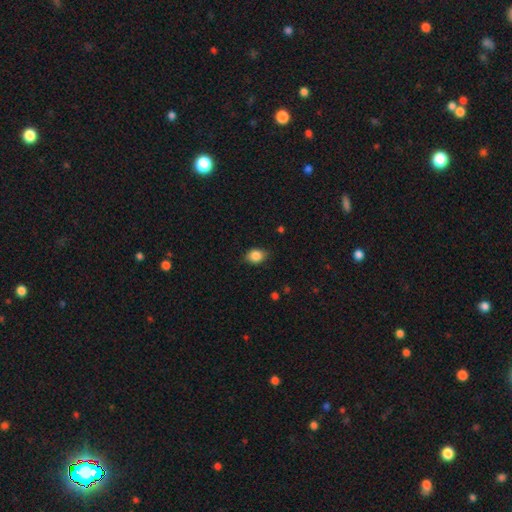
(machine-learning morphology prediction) Q: Smooth or featured?
A: smooth (86%); runner-up: star or artifact (9%)
Q: How rounded?
A: in between (61%); runner-up: round (38%)
Q: Merging?
A: none (79%); runner-up: minor disturbance (16%)